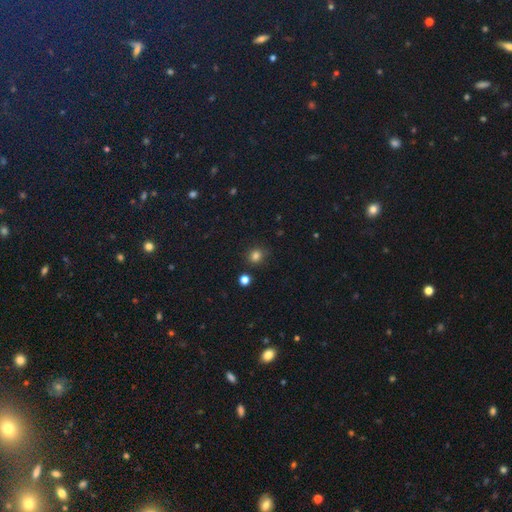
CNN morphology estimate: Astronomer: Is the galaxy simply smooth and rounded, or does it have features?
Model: smooth — 80%.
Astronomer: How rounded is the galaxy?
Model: round — 85%.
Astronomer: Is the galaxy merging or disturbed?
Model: none — 83%.